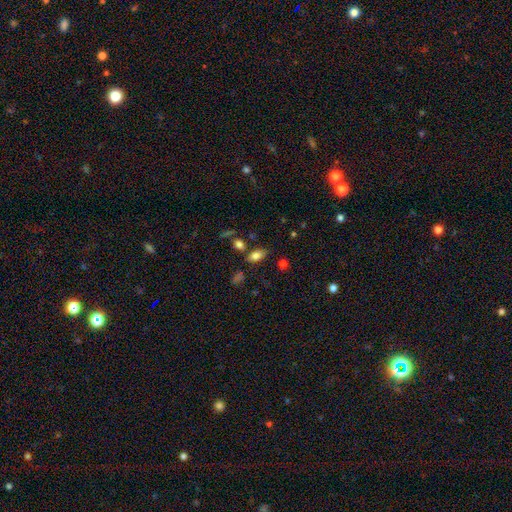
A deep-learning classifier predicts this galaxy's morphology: type=smooth (77%); roundness=in between (89%); merging=none (75%).